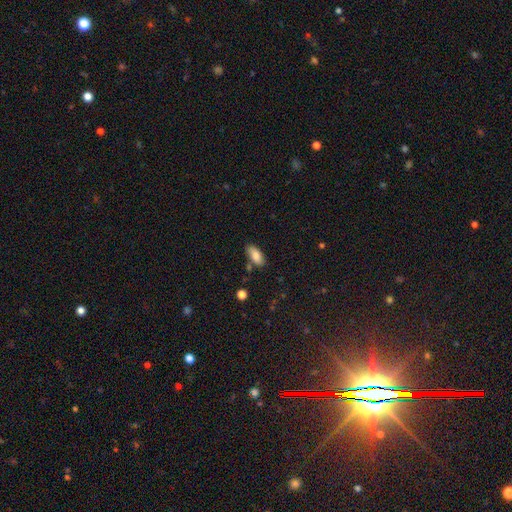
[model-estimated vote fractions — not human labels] The model was most divided on "merging": none: 75%, minor disturbance: 16%, merger: 6%, major disturbance: 3%. More confident: how rounded — in between (88%); smooth or featured — smooth (84%).